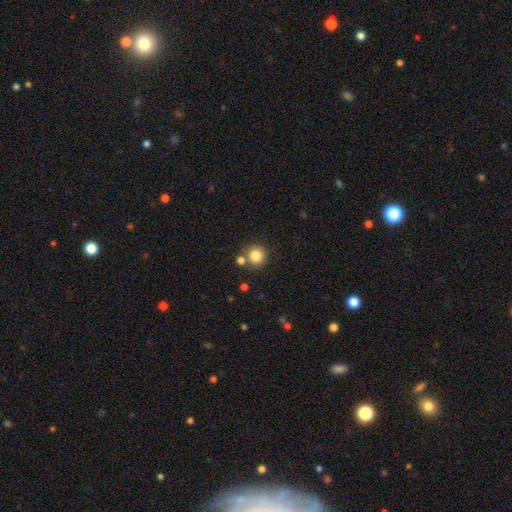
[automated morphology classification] Smooth or featured: smooth — 84% (star or artifact — 11%)
How rounded: round — 93% (in between — 6%)
Merging: none — 76% (merger — 13%)